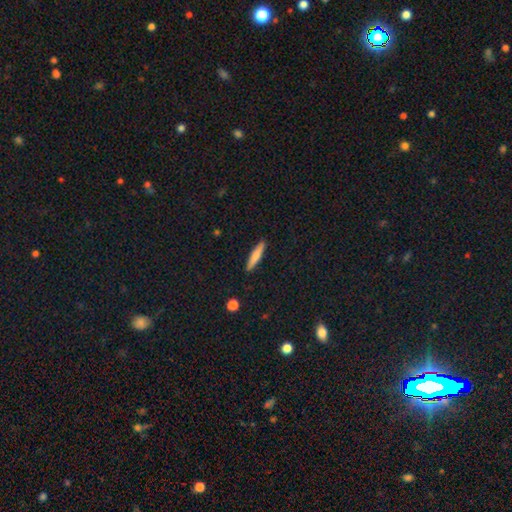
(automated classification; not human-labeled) A smooth galaxy with no disk features (69%) that is cigar-shaped (90%). Merging: none (91%).